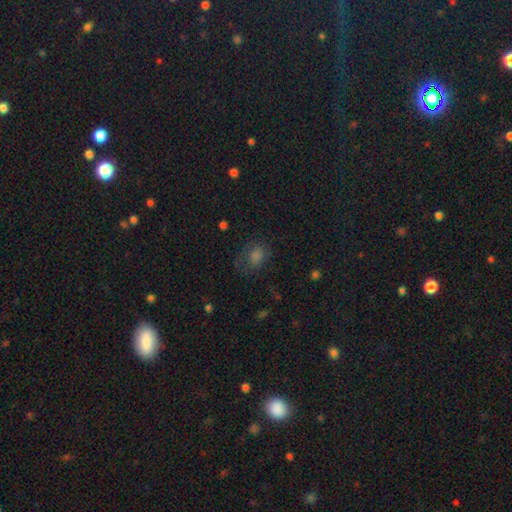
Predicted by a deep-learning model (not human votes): This is possibly a smooth galaxy (54%). How rounded: possibly in between (53%). Merging: likely none (61%).